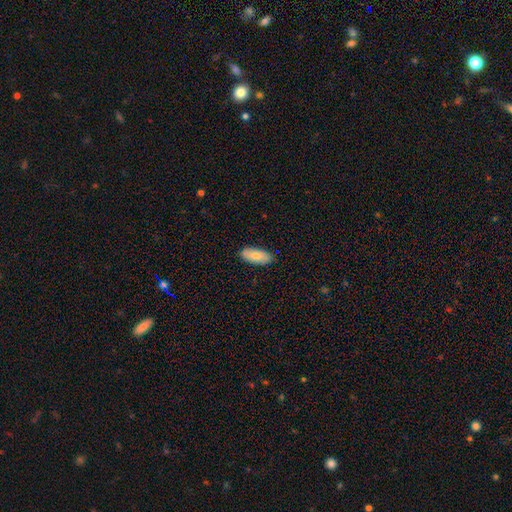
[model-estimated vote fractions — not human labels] smooth-or-featured: smooth: 81% | featured or disk: 13% | star or artifact: 6%
  how-rounded: in between: 86% | cigar-shaped: 12% | round: 2%
  merging: none: 86% | minor disturbance: 11% | major disturbance: 2% | merger: 1%